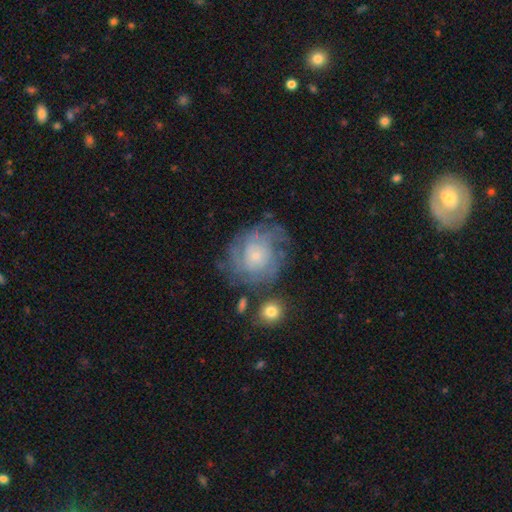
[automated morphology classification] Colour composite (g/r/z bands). It shows a featured or disk galaxy (71%) with no bar (80%), tight (63%) spiral arms (87%) and a small central bulge (72%). Merging: none (65%).